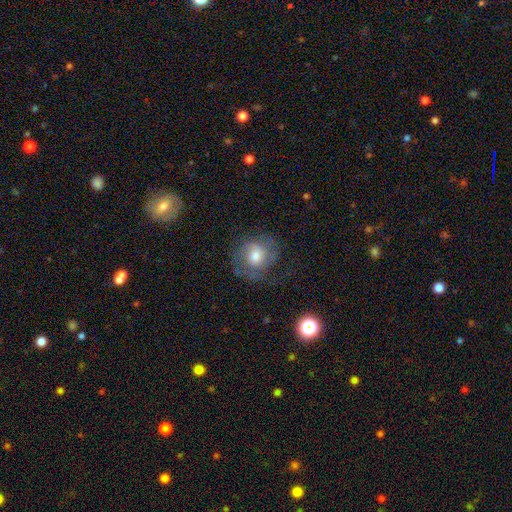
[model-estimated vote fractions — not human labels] Smooth or featured: featured or disk — 49% (smooth — 42%)
Merging: none — 60% (minor disturbance — 22%)